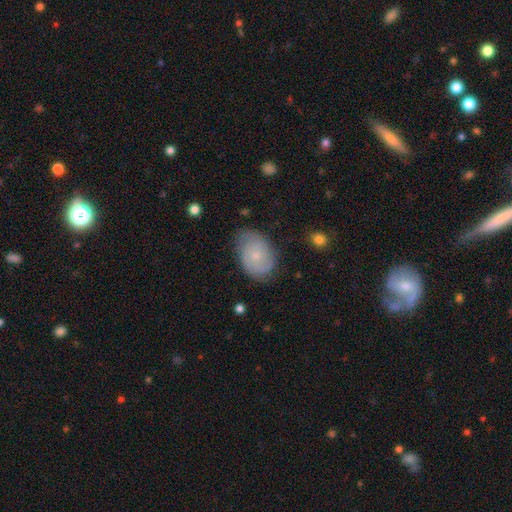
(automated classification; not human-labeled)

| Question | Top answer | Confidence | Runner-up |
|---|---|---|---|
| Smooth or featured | featured or disk | 49% | smooth (44%) |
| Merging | none | 70% | minor disturbance (23%) |